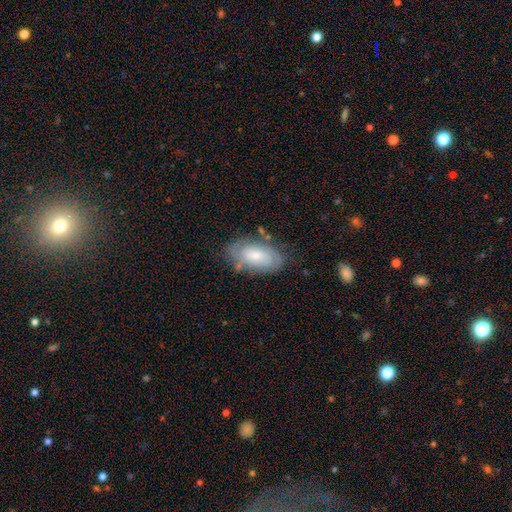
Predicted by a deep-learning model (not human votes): This is possibly a smooth galaxy (50%). Merging: likely none (70%).